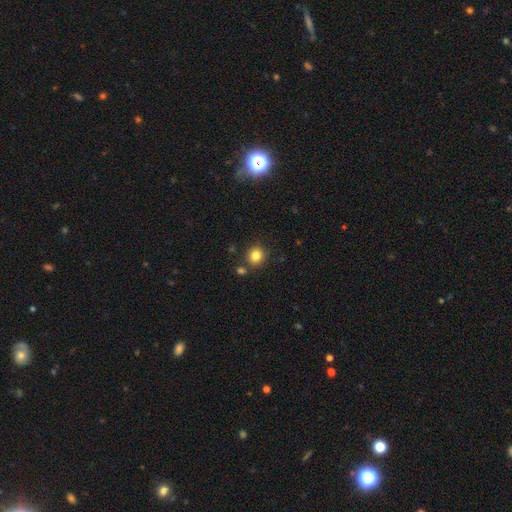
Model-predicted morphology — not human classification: smooth-or-featured: smooth: 83% | star or artifact: 12% | featured or disk: 6%
  how-rounded: round: 85% | in between: 14% | cigar-shaped: 1%
  merging: none: 82% | minor disturbance: 8% | merger: 7% | major disturbance: 3%